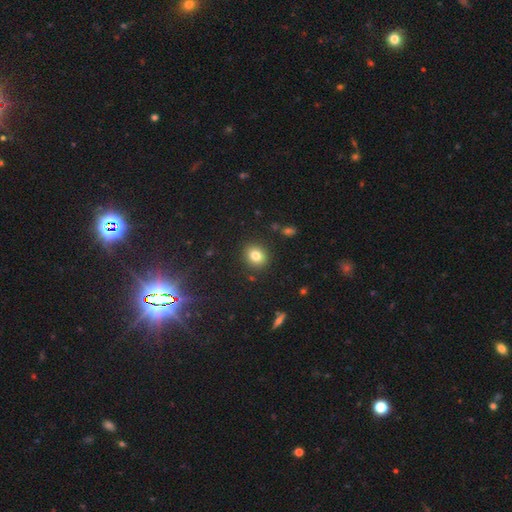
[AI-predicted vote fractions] Q: Smooth or featured?
A: smooth (80%); runner-up: star or artifact (12%)
Q: How rounded?
A: round (66%); runner-up: in between (33%)
Q: Merging?
A: none (89%); runner-up: minor disturbance (7%)